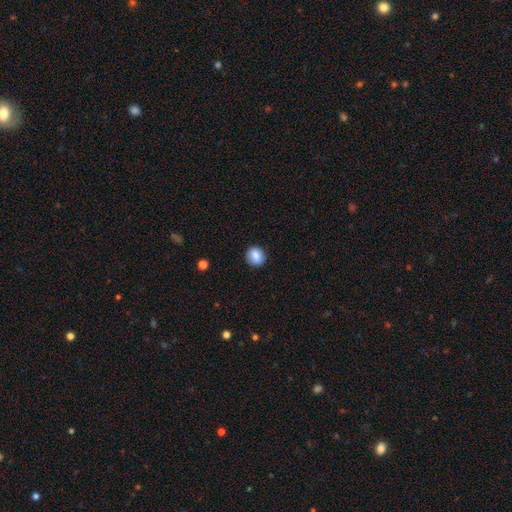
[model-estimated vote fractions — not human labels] smooth-or-featured: smooth: 84% | star or artifact: 8% | featured or disk: 8%
  how-rounded: round: 81% | in between: 18% | cigar-shaped: 1%
  merging: none: 88% | minor disturbance: 9% | major disturbance: 2% | merger: 1%